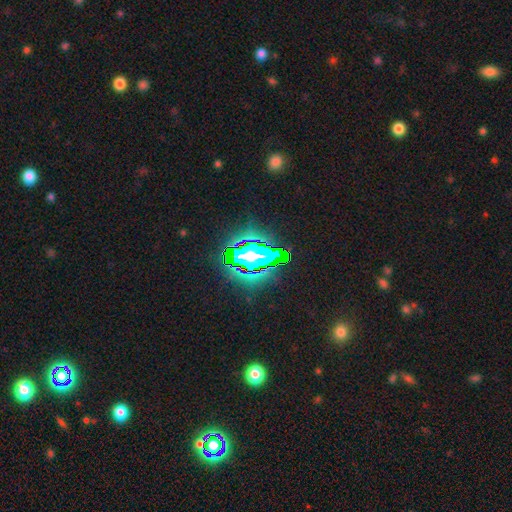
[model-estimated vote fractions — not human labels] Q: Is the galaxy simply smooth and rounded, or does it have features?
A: star or artifact — 71%.